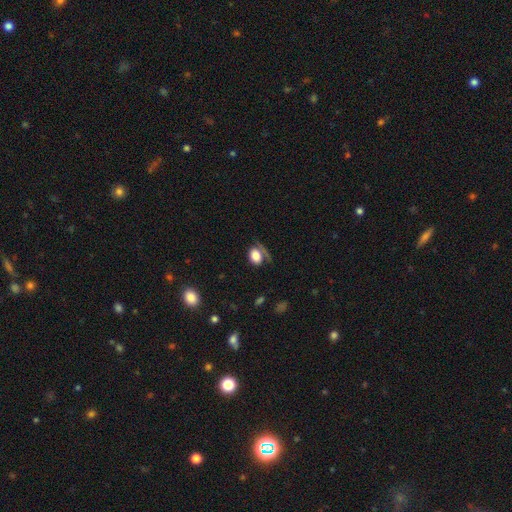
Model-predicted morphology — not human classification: smooth-or-featured: smooth: 78% | featured or disk: 12% | star or artifact: 10%
  how-rounded: in between: 77% | round: 21% | cigar-shaped: 2%
  merging: none: 53% | minor disturbance: 23% | major disturbance: 18% | merger: 7%